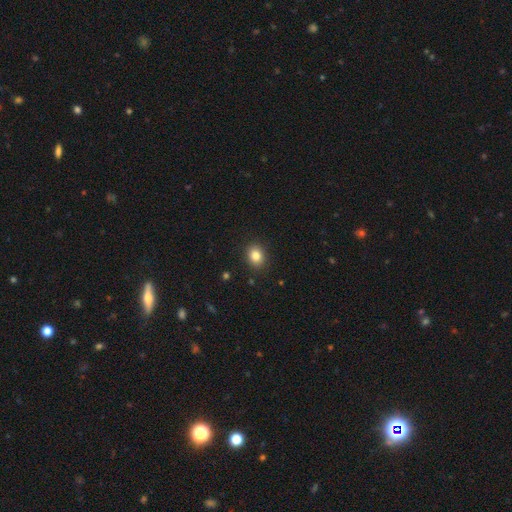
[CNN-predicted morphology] smooth_or_featured: smooth (p=0.83) [alt: star or artifact p=0.10]
how_rounded: round (p=0.54) [alt: in between p=0.45]
merging: none (p=0.90) [alt: minor disturbance p=0.07]